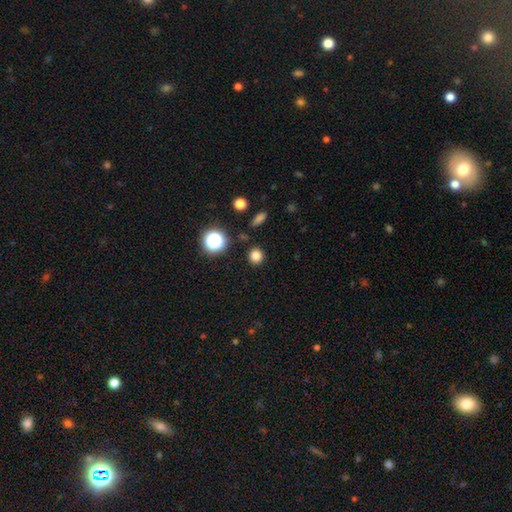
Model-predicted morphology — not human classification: This appears to be a smooth galaxy with no disk features (80%) that is round (90%). Merging: none (89%).